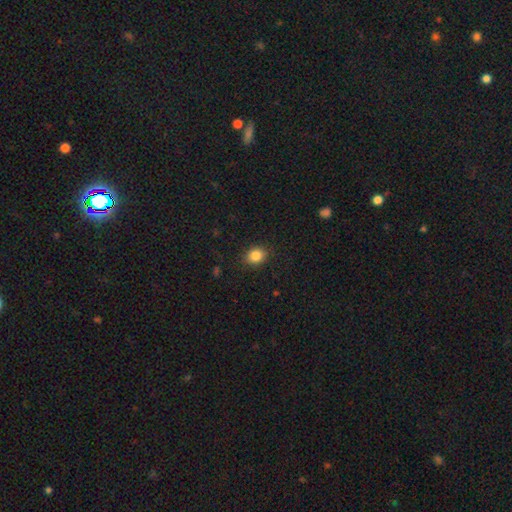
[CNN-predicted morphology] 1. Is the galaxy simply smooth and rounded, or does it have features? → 85% smooth, 10% star or artifact, 5% featured or disk.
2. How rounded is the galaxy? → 54% round, 45% in between, 1% cigar-shaped.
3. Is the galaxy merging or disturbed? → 88% none, 9% minor disturbance, 3% major disturbance, 1% merger.